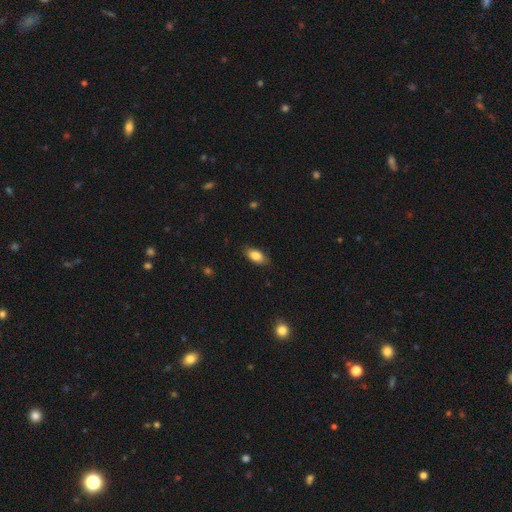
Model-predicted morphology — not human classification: A smooth galaxy with no disk features (84%) that is in between round and cigar-shaped (89%). Merging: none (84%).